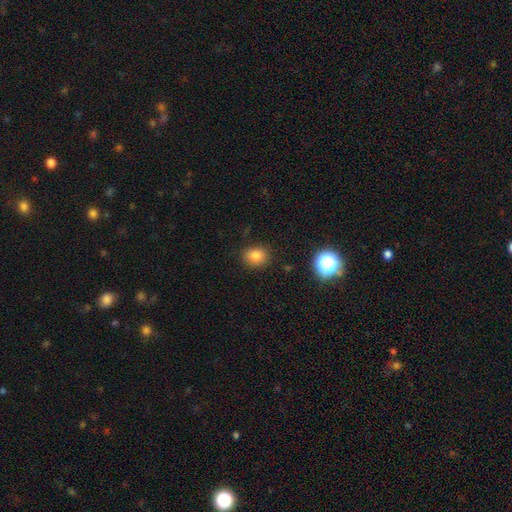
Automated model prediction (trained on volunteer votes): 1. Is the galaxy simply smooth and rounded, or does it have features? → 81% smooth, 13% star or artifact, 6% featured or disk.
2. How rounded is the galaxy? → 59% round, 40% in between, 1% cigar-shaped.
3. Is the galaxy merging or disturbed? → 85% none, 10% minor disturbance, 3% major disturbance, 2% merger.